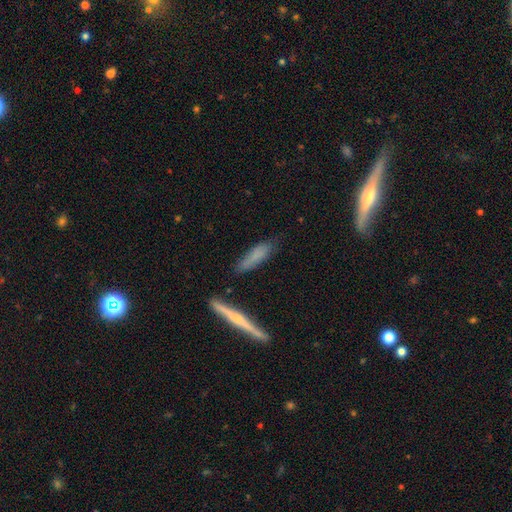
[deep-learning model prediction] Smooth or featured?
  - smooth: 67% *
  - featured or disk: 26%
  - star or artifact: 7%
How rounded?
  - cigar-shaped: 76% *
  - in between: 21%
  - round: 2%
Merging?
  - none: 69% *
  - minor disturbance: 22%
  - merger: 5%
  - major disturbance: 5%